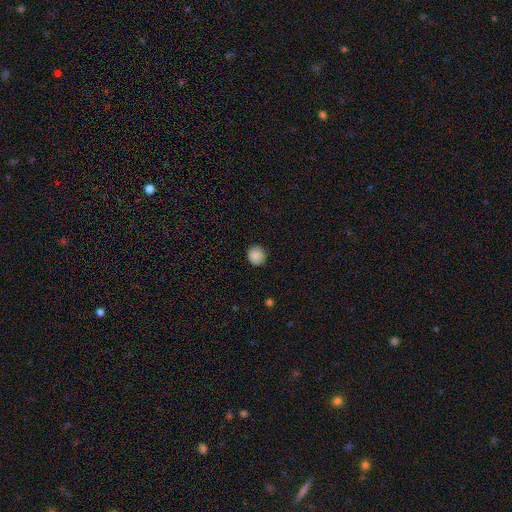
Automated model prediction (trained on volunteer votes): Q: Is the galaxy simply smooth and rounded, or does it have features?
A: smooth — 88%.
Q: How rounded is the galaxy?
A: round — 89%.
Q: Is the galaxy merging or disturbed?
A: none — 89%.